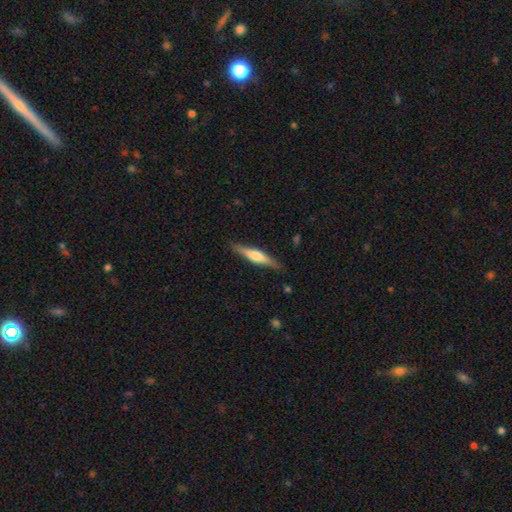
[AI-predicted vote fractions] Morphology: type=featured or disk (58%); edge-on=yes (97%); edge-on bulge=rounded (76%); merging=none (88%).